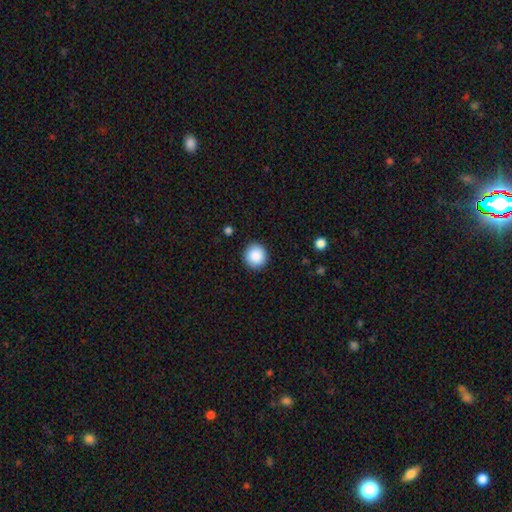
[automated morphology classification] smooth_or_featured: smooth (p=0.89) [alt: star or artifact p=0.08]
how_rounded: round (p=0.93) [alt: in between p=0.06]
merging: none (p=0.91) [alt: minor disturbance p=0.06]